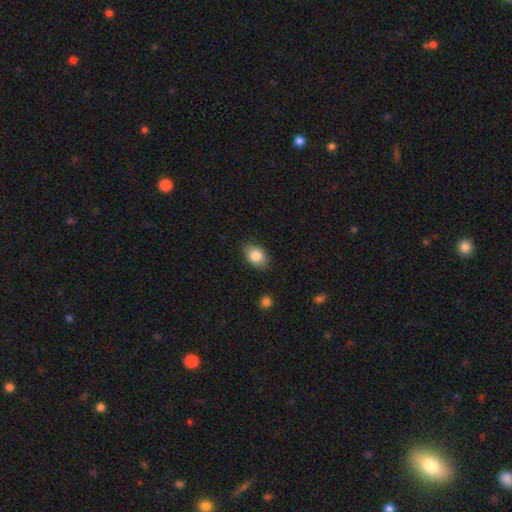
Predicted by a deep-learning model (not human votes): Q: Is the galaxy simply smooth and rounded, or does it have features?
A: smooth — 84%.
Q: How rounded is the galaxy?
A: in between — 80%.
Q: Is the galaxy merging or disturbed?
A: none — 79%.